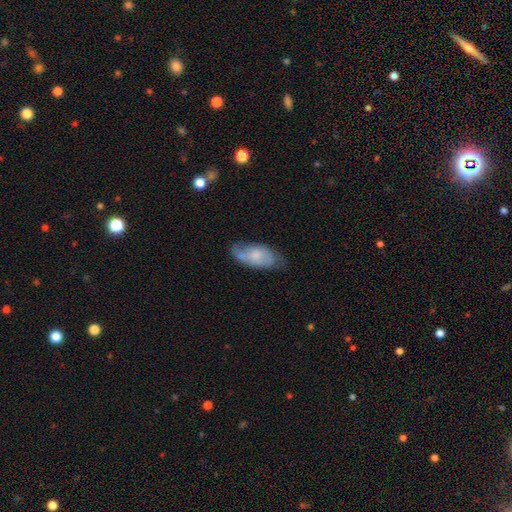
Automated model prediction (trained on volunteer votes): This appears to be a smooth galaxy with no disk features (52%) that is in between round and cigar-shaped (90%). Merging: none (57%).